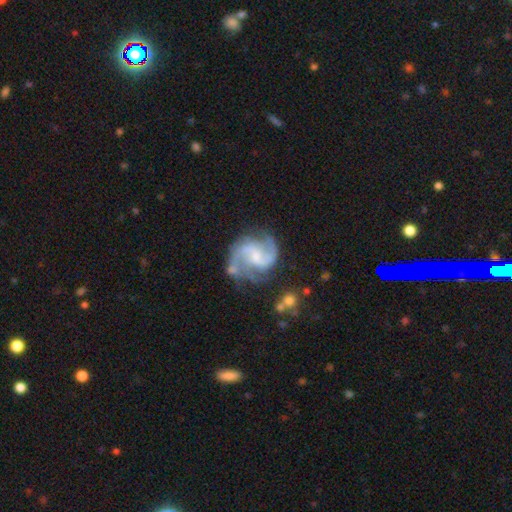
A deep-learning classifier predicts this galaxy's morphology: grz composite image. It shows a featured or disk galaxy (89%) with a weak bar (51%), 2 (79%) medium (56%) spiral arms (97%) and a small central bulge (46%). Merging: none (64%).